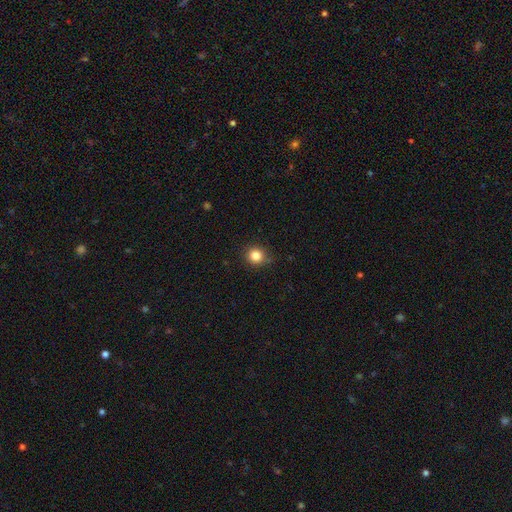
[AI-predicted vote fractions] smooth-or-featured: smooth: 83% | star or artifact: 12% | featured or disk: 5%
  how-rounded: round: 90% | in between: 9% | cigar-shaped: 1%
  merging: none: 86% | minor disturbance: 10% | major disturbance: 2% | merger: 1%